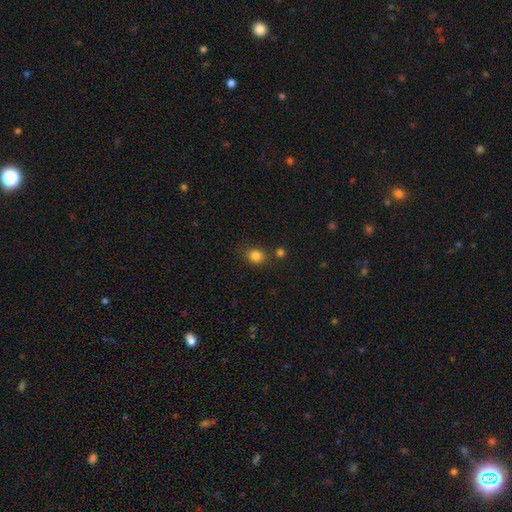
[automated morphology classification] This is clearly a smooth galaxy (83%). How rounded: likely round (68%). Merging: likely none (75%).